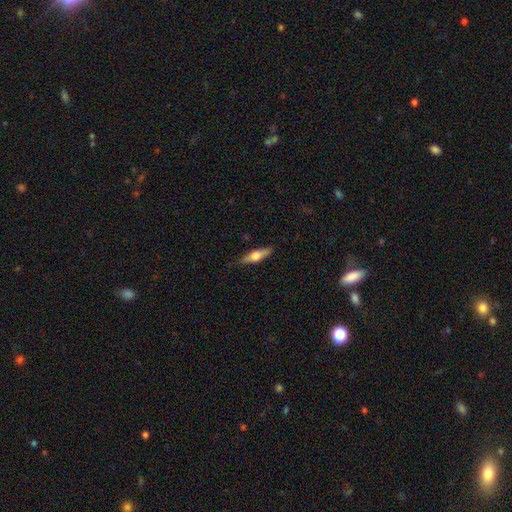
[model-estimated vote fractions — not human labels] Smooth or featured: featured or disk — 52% (smooth — 42%)
Edge-on disk: yes — 94% (no — 6%)
Merging: none — 84% (minor disturbance — 13%)